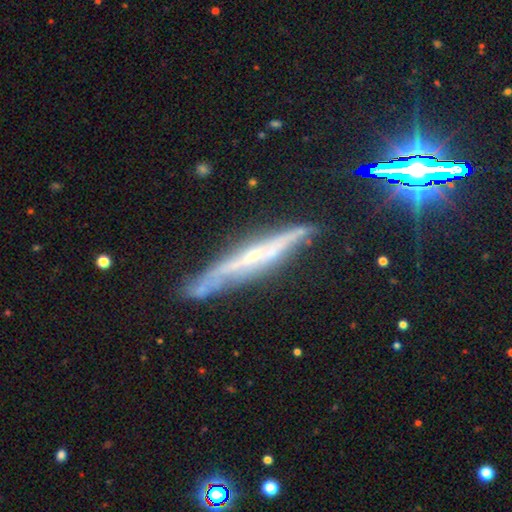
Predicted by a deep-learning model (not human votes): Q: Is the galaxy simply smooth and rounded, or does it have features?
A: featured or disk — 75%.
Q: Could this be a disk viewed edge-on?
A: yes — 89%.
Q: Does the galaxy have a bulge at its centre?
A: none — 47%.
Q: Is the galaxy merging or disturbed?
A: none — 75%.